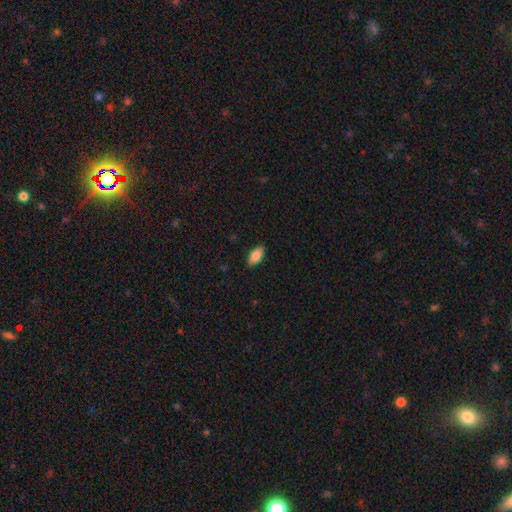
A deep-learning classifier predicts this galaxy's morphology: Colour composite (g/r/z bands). It shows a smooth galaxy with no disk features (86%) that is in between round and cigar-shaped (91%). Merging: none (88%).